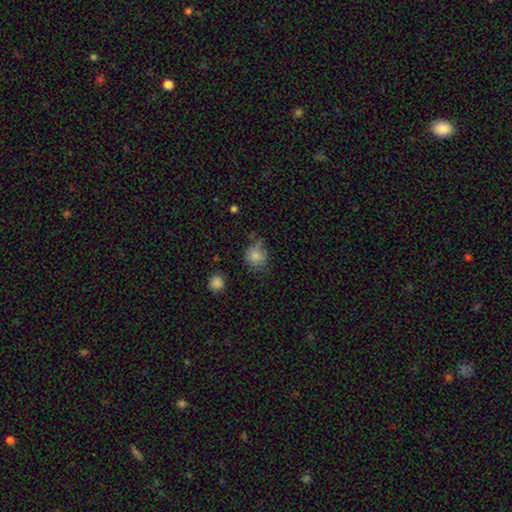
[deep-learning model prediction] A smooth galaxy with no disk features (81%) that is round (81%).

Vote fractions:
- Smooth or featured? smooth: 81% / star or artifact: 11% / featured or disk: 8%
- How rounded? round: 81% / in between: 18% / cigar-shaped: 1%
- Merging? none: 59% / minor disturbance: 29% / major disturbance: 8% / merger: 5%